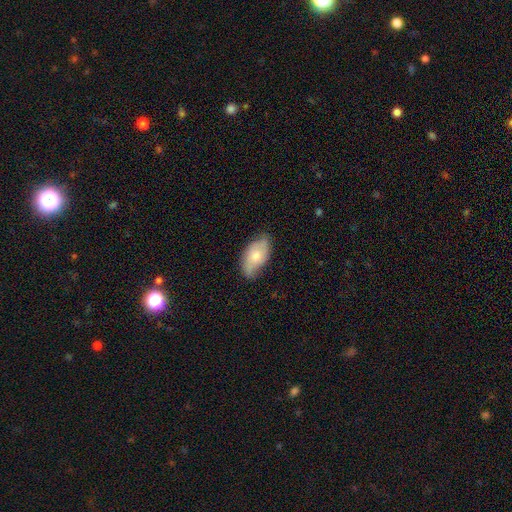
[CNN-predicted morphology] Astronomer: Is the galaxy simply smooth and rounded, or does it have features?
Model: smooth — 55% (runner-up: featured or disk, 39%).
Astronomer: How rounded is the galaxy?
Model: in between — 93%.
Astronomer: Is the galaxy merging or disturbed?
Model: none — 65%.